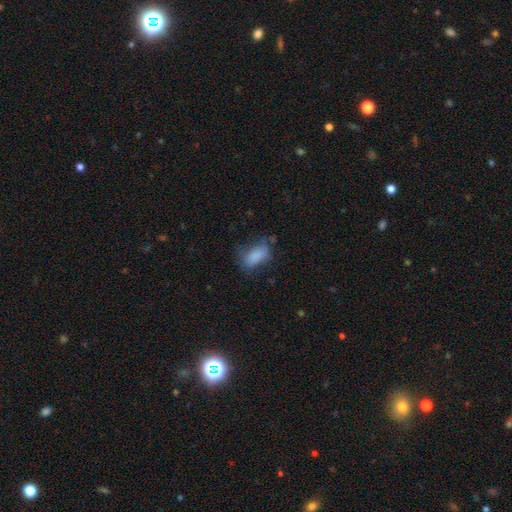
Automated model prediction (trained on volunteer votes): Smooth or featured?
  - smooth: 79% *
  - featured or disk: 12%
  - star or artifact: 9%
How rounded?
  - in between: 90% *
  - round: 5%
  - cigar-shaped: 5%
Merging?
  - none: 46% *
  - minor disturbance: 30%
  - major disturbance: 20%
  - merger: 3%